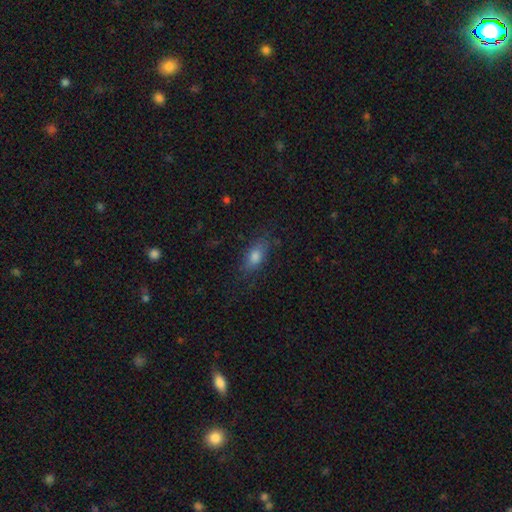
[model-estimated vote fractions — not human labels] A smooth galaxy with no disk features (77%) that is in between round and cigar-shaped (81%). Merging: none (76%).